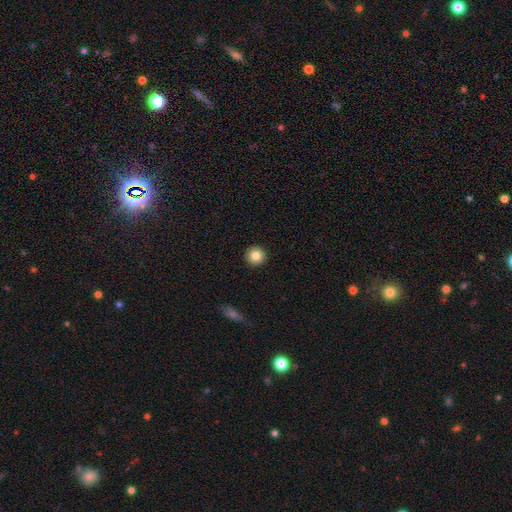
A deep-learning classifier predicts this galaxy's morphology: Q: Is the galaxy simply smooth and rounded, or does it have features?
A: smooth — 85%.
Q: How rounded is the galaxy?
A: round — 95%.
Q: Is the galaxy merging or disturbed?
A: none — 93%.